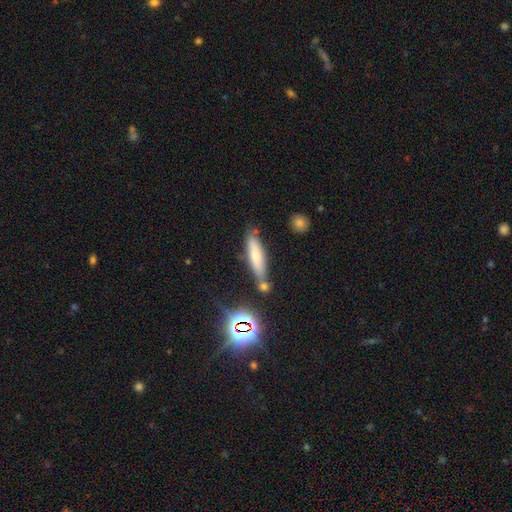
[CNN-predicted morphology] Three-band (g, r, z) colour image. It shows a smooth galaxy with no disk features (66%) that is cigar-shaped (74%). Merging: none (66%).